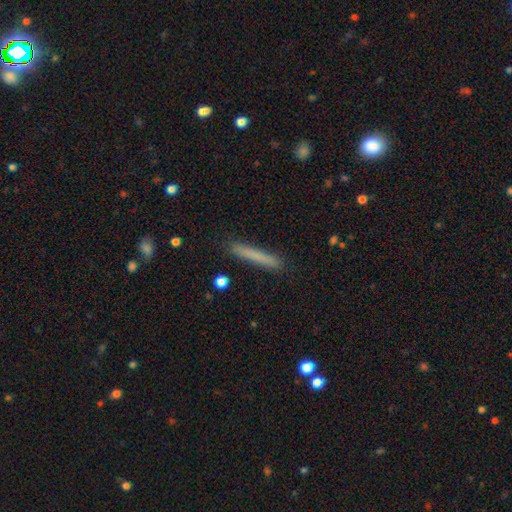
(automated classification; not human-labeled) Smooth or featured: smooth — 74% (featured or disk — 19%)
How rounded: cigar-shaped — 96% (in between — 3%)
Merging: none — 90% (minor disturbance — 7%)